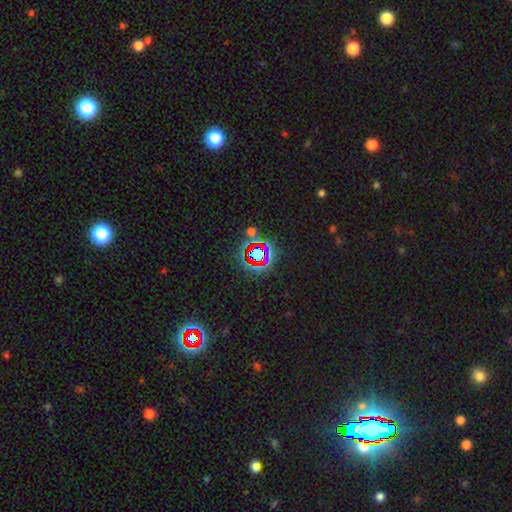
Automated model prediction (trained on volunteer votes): A star or artifact, not a galaxy (72%).

Vote fractions:
- Smooth or featured? star or artifact: 72% / smooth: 17% / featured or disk: 11%